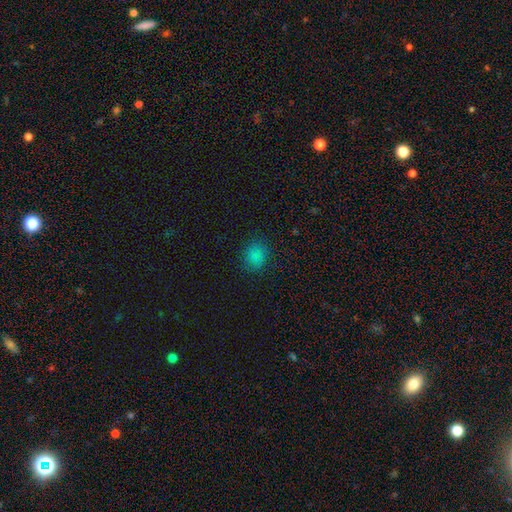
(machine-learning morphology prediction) smooth 81%, star or artifact 16%, featured or disk 3%. Down the decision tree: how rounded — round (72%); merging — none (86%).